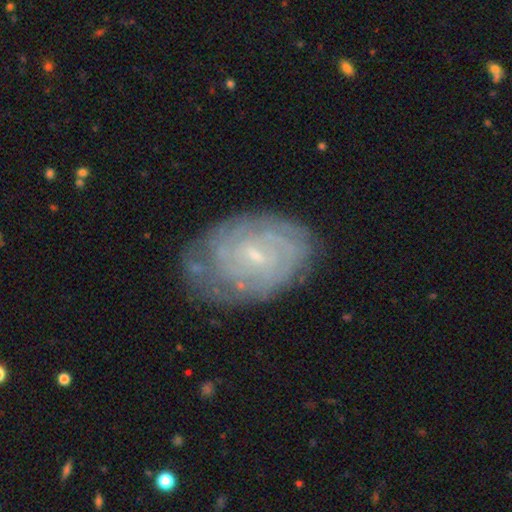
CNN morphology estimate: Smooth or featured? featured or disk (78%)
Edge-on disk? no (97%)
Bar? weak (50%)
Spiral arms? yes (90%)
Spiral winding? tight (78%)
Spiral arm count? can't tell (53%)
Bulge size? small (77%)
Merging? none (72%)